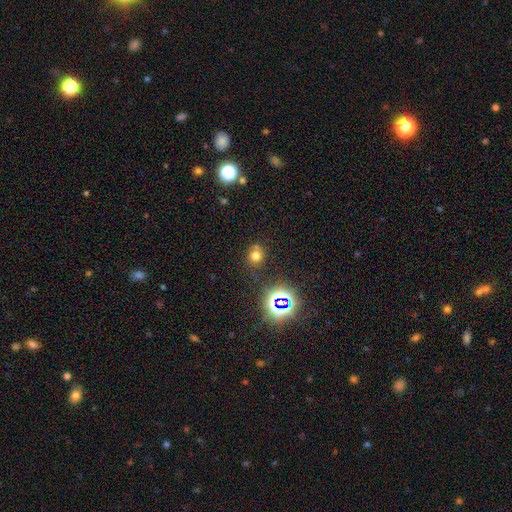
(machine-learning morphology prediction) Q: Smooth or featured?
A: smooth (66%); runner-up: star or artifact (24%)
Q: How rounded?
A: round (79%); runner-up: in between (20%)
Q: Merging?
A: none (68%); runner-up: minor disturbance (14%)